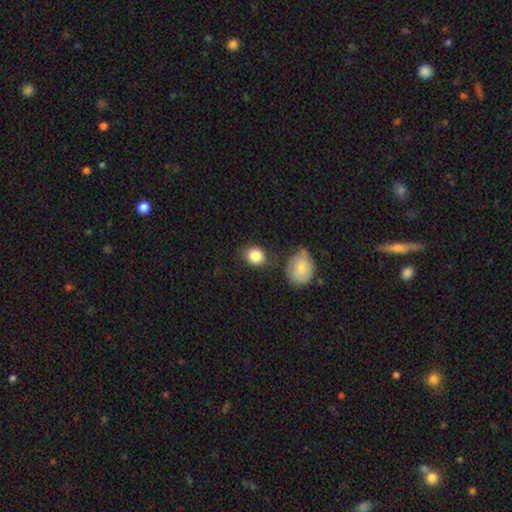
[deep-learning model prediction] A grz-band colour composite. It shows a smooth galaxy with no disk features (85%) that is round (63%). Merging: none (75%).